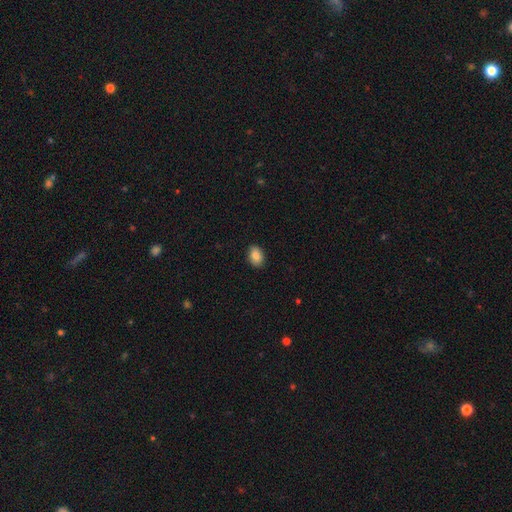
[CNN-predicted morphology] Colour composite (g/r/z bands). It shows a smooth galaxy with no disk features (85%) that is in between round and cigar-shaped (79%). Merging: none (89%).